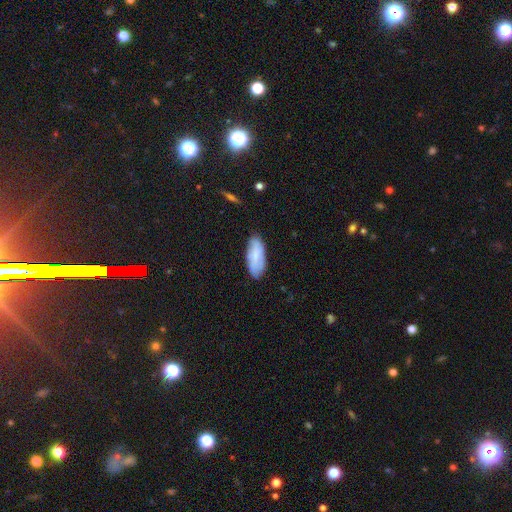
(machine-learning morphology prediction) A smooth galaxy with no disk features (71%) that is in between round and cigar-shaped (85%). Merging: none (82%).